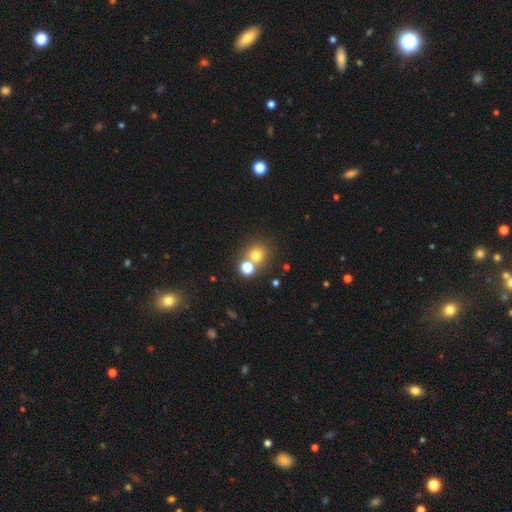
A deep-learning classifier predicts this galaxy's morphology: Q: Smooth or featured?
A: smooth (72%); runner-up: star or artifact (18%)
Q: How rounded?
A: round (88%); runner-up: in between (11%)
Q: Merging?
A: none (60%); runner-up: merger (30%)